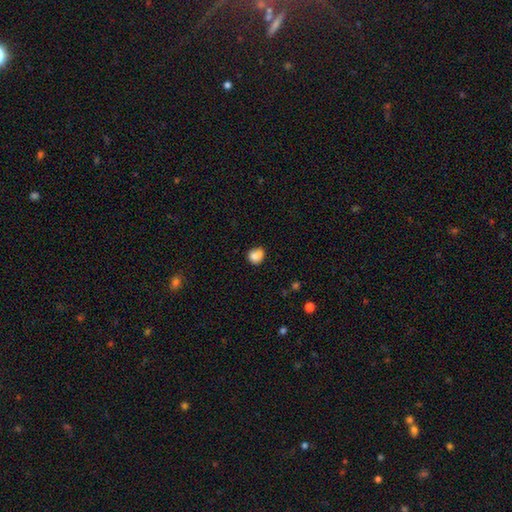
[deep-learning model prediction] Morphology: type=smooth (84%); roundness=round (74%); merging=none (58%).